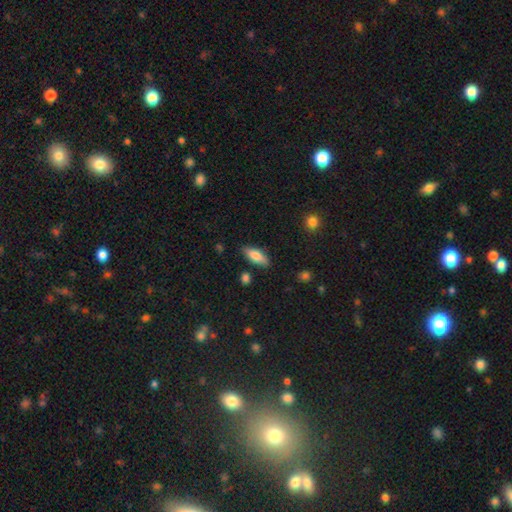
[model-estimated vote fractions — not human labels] Smooth or featured?
  - smooth: 78% *
  - featured or disk: 16%
  - star or artifact: 7%
How rounded?
  - in between: 72% *
  - cigar-shaped: 26%
  - round: 2%
Merging?
  - none: 83% *
  - minor disturbance: 12%
  - merger: 3%
  - major disturbance: 3%